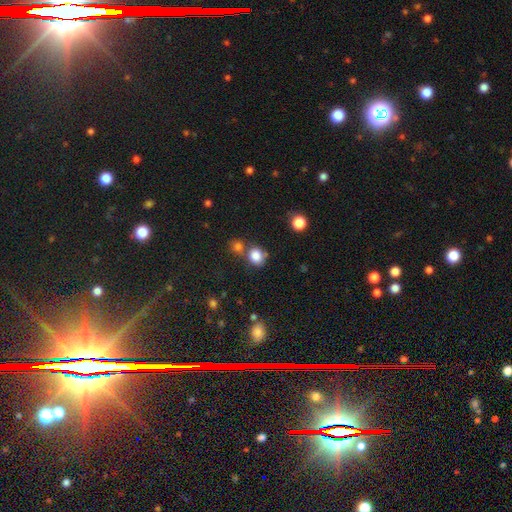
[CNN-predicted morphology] Smooth or featured?
  - smooth: 83% *
  - star or artifact: 12%
  - featured or disk: 6%
How rounded?
  - round: 72% *
  - in between: 27%
  - cigar-shaped: 1%
Merging?
  - none: 60% *
  - merger: 23%
  - minor disturbance: 12%
  - major disturbance: 5%